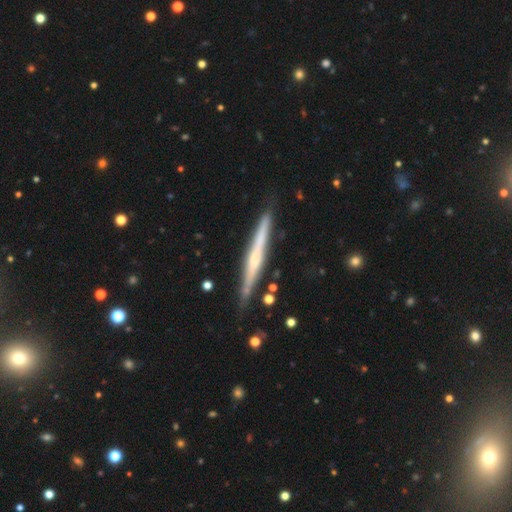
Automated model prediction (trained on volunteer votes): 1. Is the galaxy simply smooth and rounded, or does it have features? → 66% featured or disk, 28% smooth, 6% star or artifact.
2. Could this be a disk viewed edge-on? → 97% yes, 3% no.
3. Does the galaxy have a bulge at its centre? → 46% none, 40% rounded, 13% boxy.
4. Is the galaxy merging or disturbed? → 85% none, 11% minor disturbance, 2% merger, 2% major disturbance.